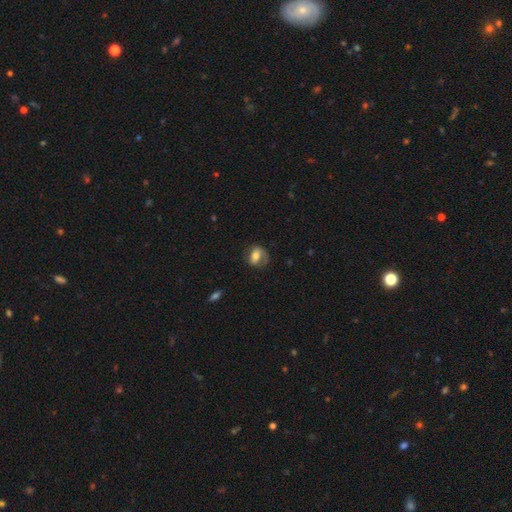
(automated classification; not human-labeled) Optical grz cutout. It shows a smooth galaxy with no disk features (49%). Merging: none (60%).